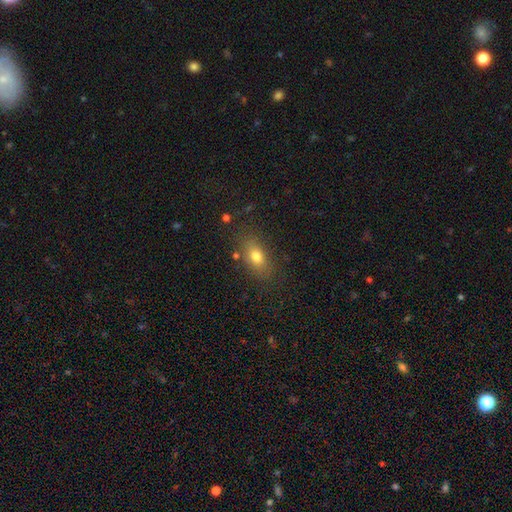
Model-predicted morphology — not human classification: A smooth galaxy with no disk features (76%) that is in between round and cigar-shaped (80%). Merging: none (77%).